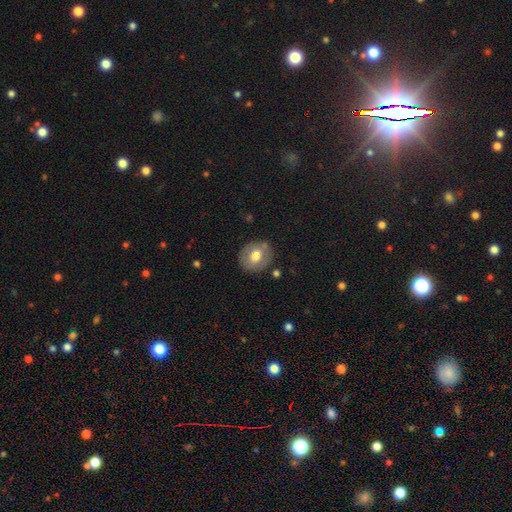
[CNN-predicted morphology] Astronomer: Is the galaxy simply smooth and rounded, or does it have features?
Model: smooth — 63%.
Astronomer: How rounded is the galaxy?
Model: round — 69%.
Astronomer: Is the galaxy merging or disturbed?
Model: none — 82%.